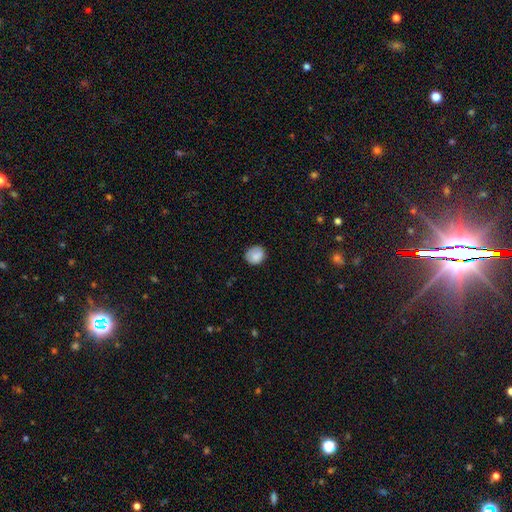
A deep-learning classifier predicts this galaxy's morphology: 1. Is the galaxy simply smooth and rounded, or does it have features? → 85% smooth, 8% star or artifact, 7% featured or disk.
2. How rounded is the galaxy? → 78% round, 21% in between, 1% cigar-shaped.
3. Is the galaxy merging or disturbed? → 80% none, 16% minor disturbance, 3% major disturbance, 1% merger.